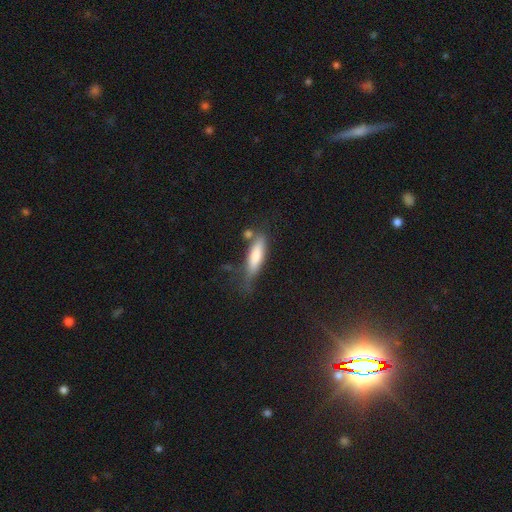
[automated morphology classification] smooth_or_featured: smooth (p=0.72) [alt: featured or disk p=0.21]
how_rounded: cigar-shaped (p=0.62) [alt: in between p=0.36]
merging: none (p=0.51) [alt: minor disturbance p=0.27]